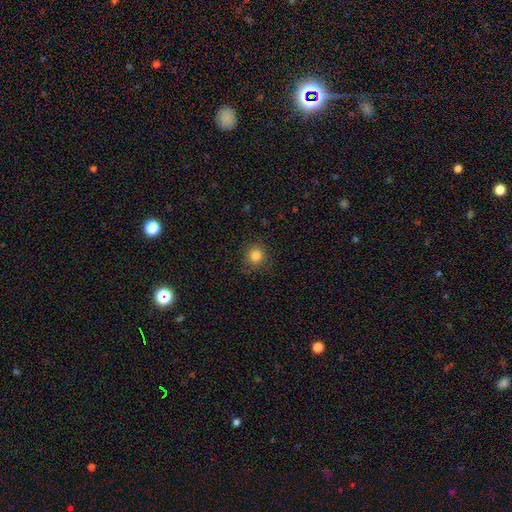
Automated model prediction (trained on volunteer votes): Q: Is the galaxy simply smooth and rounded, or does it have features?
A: smooth — 83%.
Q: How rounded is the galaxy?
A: round — 89%.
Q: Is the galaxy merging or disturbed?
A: none — 86%.